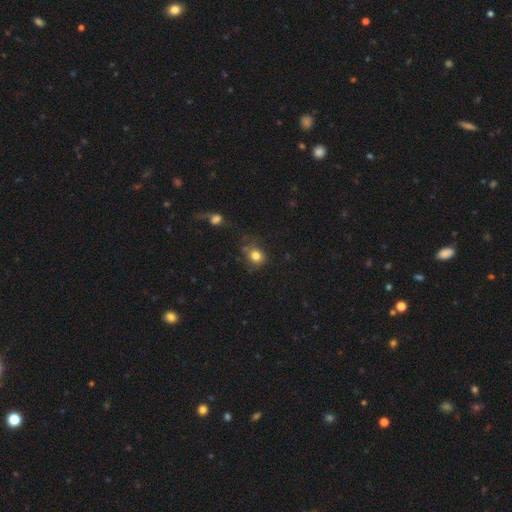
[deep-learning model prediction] Smooth or featured? smooth (81%)
How rounded? round (74%)
Merging? none (65%)